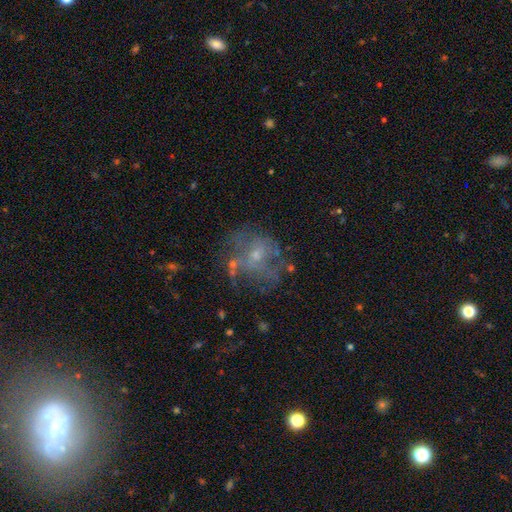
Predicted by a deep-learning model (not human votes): featured or disk 55%, smooth 29%, star or artifact 16%. Down the decision tree: edge-on disk — no (97%); bar — no (78%); spiral arms — no (69%); bulge size — small (57%); merging — none (47%).